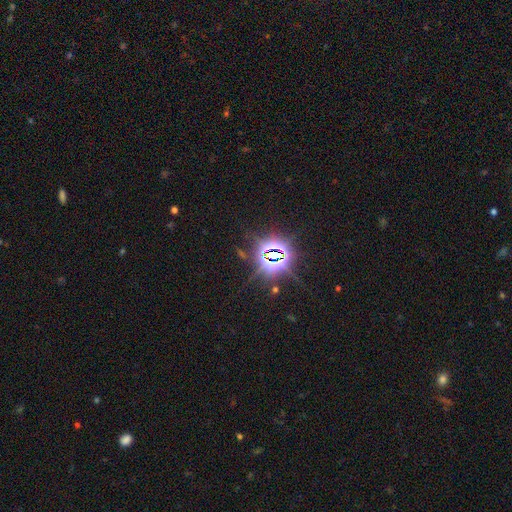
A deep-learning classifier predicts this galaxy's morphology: Q: Smooth or featured?
A: star or artifact (84%); runner-up: smooth (10%)